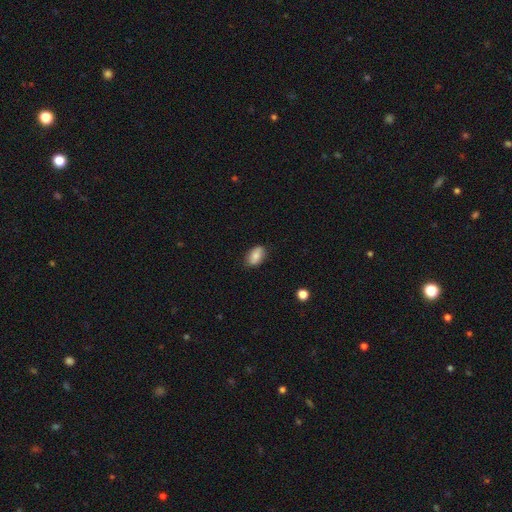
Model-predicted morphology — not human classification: smooth-or-featured: smooth: 81% | featured or disk: 12% | star or artifact: 7%
  how-rounded: in between: 92% | round: 5% | cigar-shaped: 3%
  merging: none: 82% | minor disturbance: 14% | major disturbance: 3% | merger: 1%